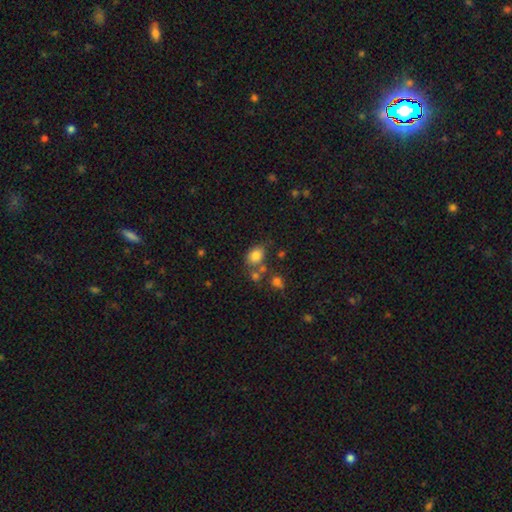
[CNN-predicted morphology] Smooth or featured? Predicted: smooth (p=0.79). How rounded? Predicted: in between (p=0.61). Merging? Predicted: none (p=0.57).